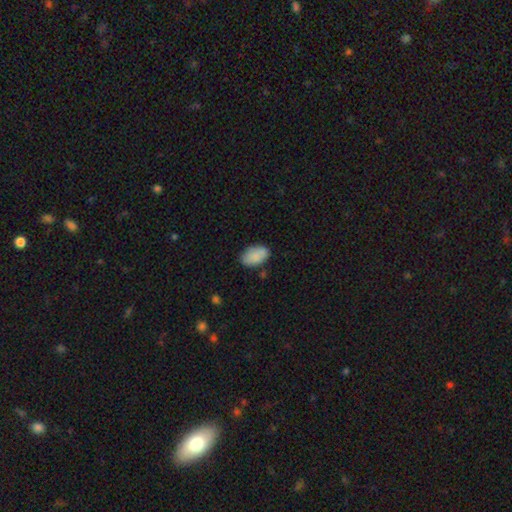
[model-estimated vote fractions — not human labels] smooth_or_featured: smooth (p=0.87) [alt: star or artifact p=0.07]
how_rounded: in between (p=0.93) [alt: round p=0.05]
merging: none (p=0.78) [alt: minor disturbance p=0.16]